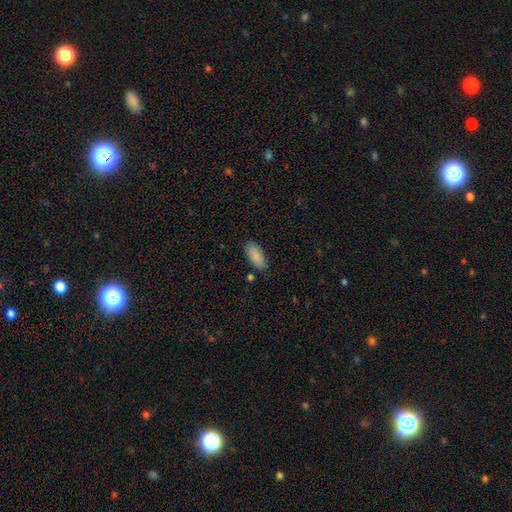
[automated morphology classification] This is clearly a smooth galaxy (88%). How rounded: clearly in between (91%). Merging: clearly none (81%).